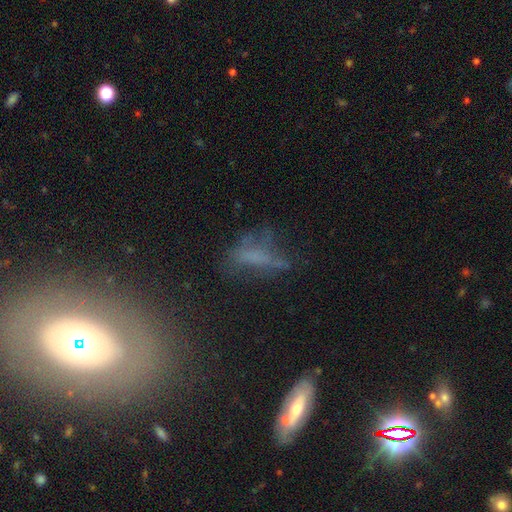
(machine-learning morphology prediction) smooth 39%, featured or disk 36%, star or artifact 26%. Down the decision tree: merging — none (39%).